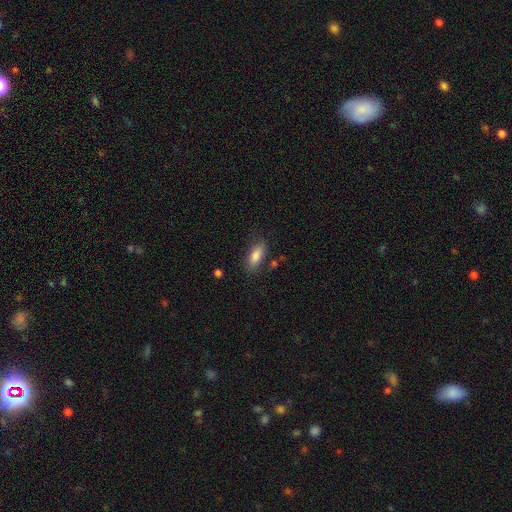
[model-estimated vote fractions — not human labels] Smooth or featured? smooth (82%)
How rounded? in between (77%)
Merging? none (77%)